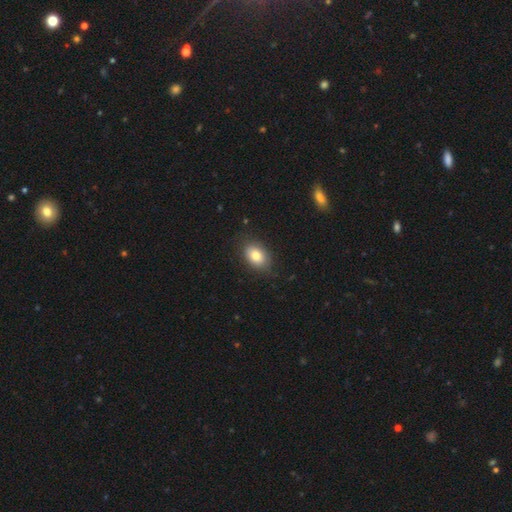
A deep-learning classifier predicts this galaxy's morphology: This is likely a smooth galaxy (79%). How rounded: clearly in between (82%). Merging: clearly none (82%).